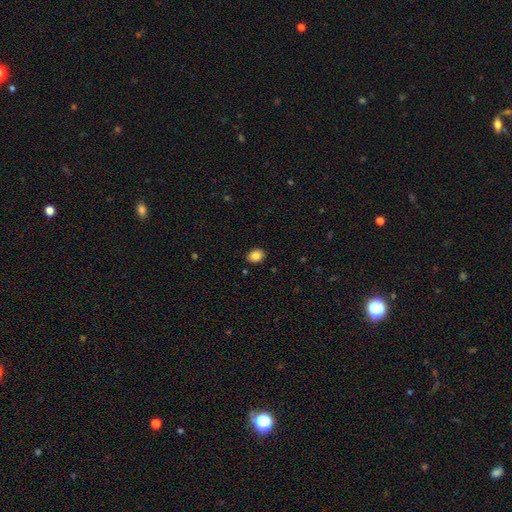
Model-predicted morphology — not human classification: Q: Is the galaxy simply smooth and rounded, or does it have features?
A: smooth — 85%.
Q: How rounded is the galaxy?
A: in between — 59%.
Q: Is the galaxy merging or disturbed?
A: none — 89%.